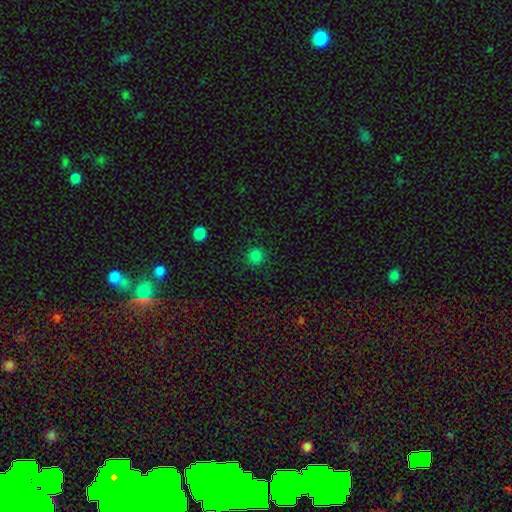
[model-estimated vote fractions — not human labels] A smooth galaxy with no disk features (82%) that is round (92%). Merging: none (90%).